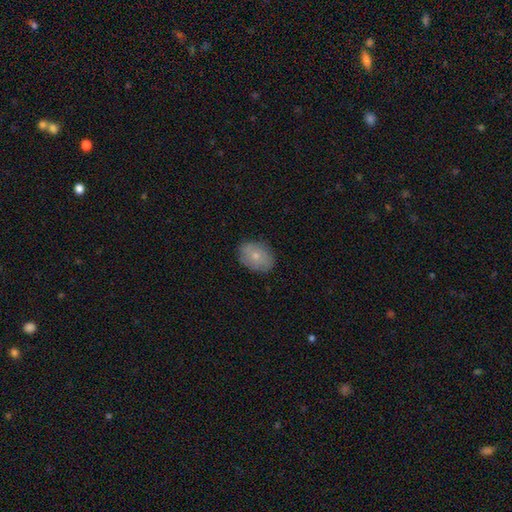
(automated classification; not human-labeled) smooth-or-featured: smooth: 71% | featured or disk: 22% | star or artifact: 7%
  how-rounded: in between: 74% | round: 24% | cigar-shaped: 1%
  merging: none: 83% | minor disturbance: 13% | major disturbance: 3% | merger: 1%